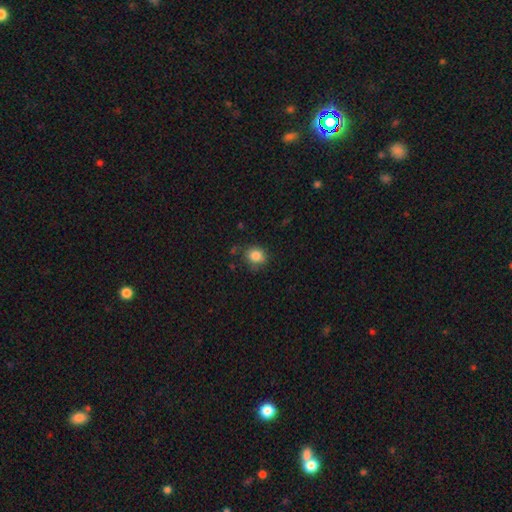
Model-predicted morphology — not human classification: smooth 84%, star or artifact 10%, featured or disk 6%. Down the decision tree: how rounded — round (75%); merging — none (77%).